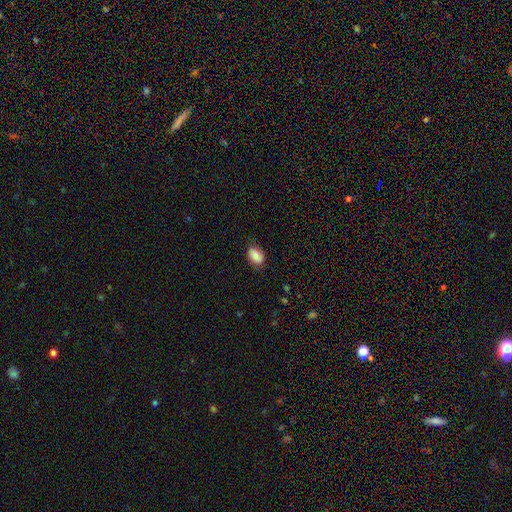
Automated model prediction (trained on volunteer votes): Smooth or featured: smooth — 79% (featured or disk — 14%)
How rounded: in between — 85% (round — 14%)
Merging: none — 74% (minor disturbance — 21%)